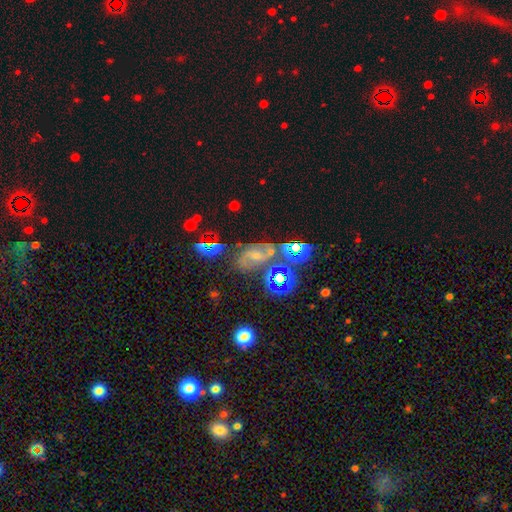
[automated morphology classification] featured or disk 49%, star or artifact 30%, smooth 22%. Down the decision tree: merging — none (50%).